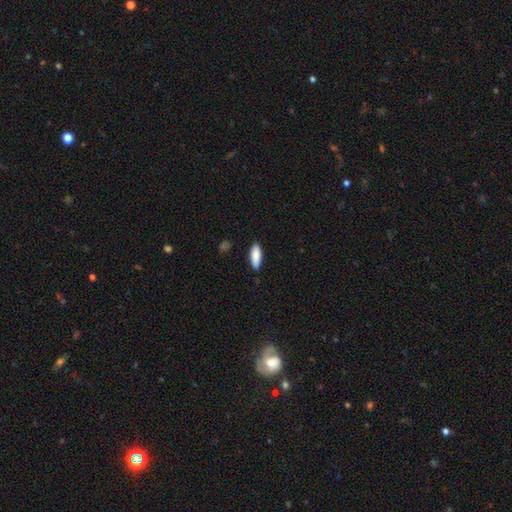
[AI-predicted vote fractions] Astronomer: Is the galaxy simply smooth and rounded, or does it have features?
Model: smooth — 87%.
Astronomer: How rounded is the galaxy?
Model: in between — 68%.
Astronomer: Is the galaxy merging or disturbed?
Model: none — 85%.